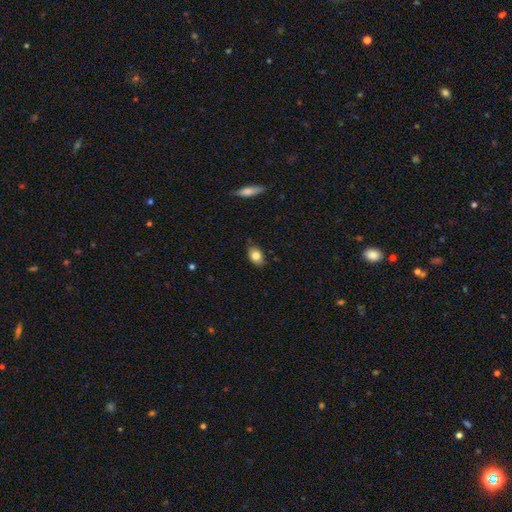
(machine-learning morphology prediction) A smooth galaxy with no disk features (81%) that is in between round and cigar-shaped (80%). Merging: none (84%).